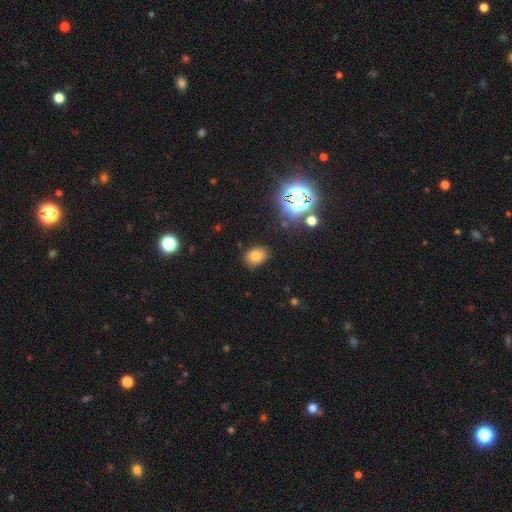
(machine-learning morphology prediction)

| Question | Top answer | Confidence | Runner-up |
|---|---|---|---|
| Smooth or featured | smooth | 74% | star or artifact (17%) |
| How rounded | in between | 65% | round (34%) |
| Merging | none | 80% | minor disturbance (14%) |